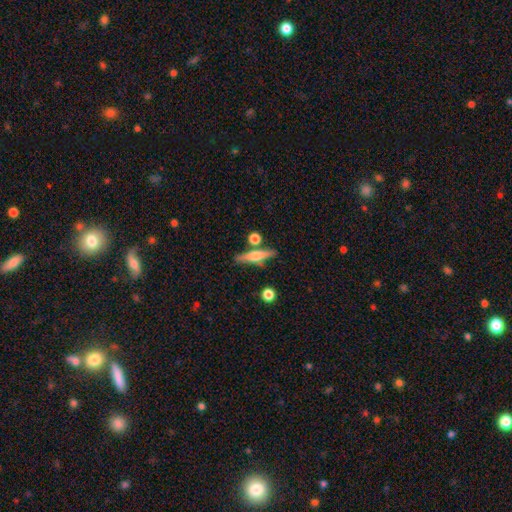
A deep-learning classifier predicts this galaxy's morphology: This appears to be a featured or disk galaxy (47%). Merging: none (76%).